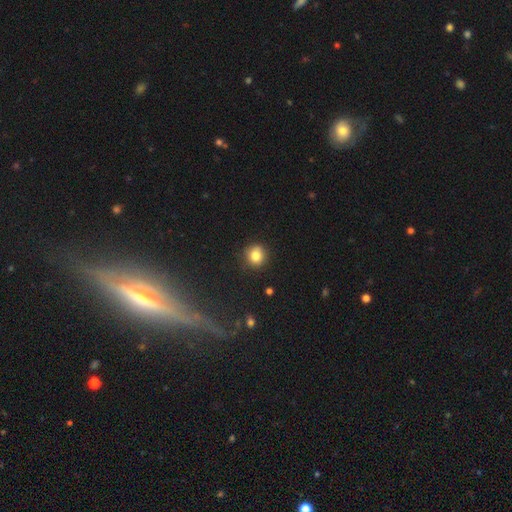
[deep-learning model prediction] smooth_or_featured: smooth (p=0.81) [alt: star or artifact p=0.12]
how_rounded: round (p=0.90) [alt: in between p=0.09]
merging: none (p=0.84) [alt: minor disturbance p=0.12]